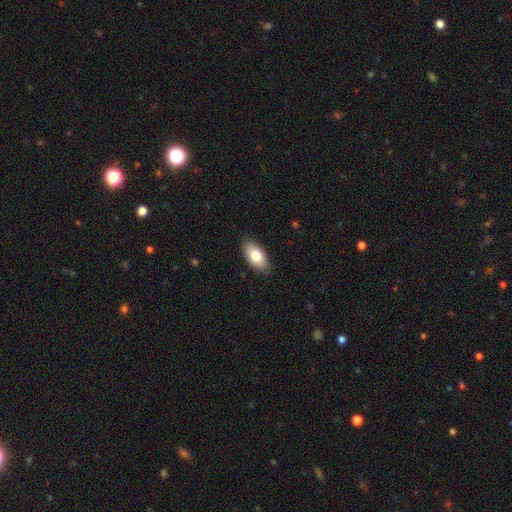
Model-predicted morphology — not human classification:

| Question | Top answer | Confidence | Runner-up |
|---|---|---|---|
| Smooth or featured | smooth | 80% | featured or disk (13%) |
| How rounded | in between | 93% | cigar-shaped (4%) |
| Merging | none | 87% | minor disturbance (10%) |